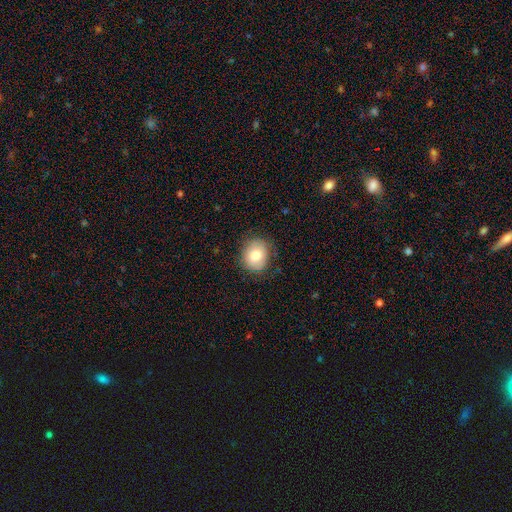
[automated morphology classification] Smooth or featured?
  - smooth: 80% *
  - featured or disk: 12%
  - star or artifact: 8%
How rounded?
  - round: 62% *
  - in between: 37%
  - cigar-shaped: 1%
Merging?
  - none: 79% *
  - minor disturbance: 16%
  - major disturbance: 4%
  - merger: 1%